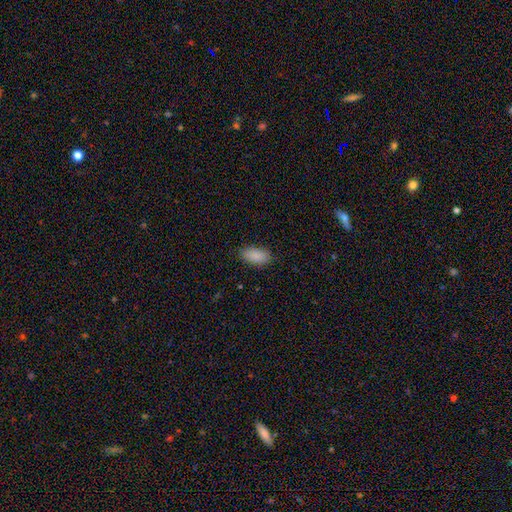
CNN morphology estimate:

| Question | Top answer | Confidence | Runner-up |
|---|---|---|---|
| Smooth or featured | smooth | 89% | star or artifact (7%) |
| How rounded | in between | 92% | cigar-shaped (6%) |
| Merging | none | 85% | minor disturbance (12%) |